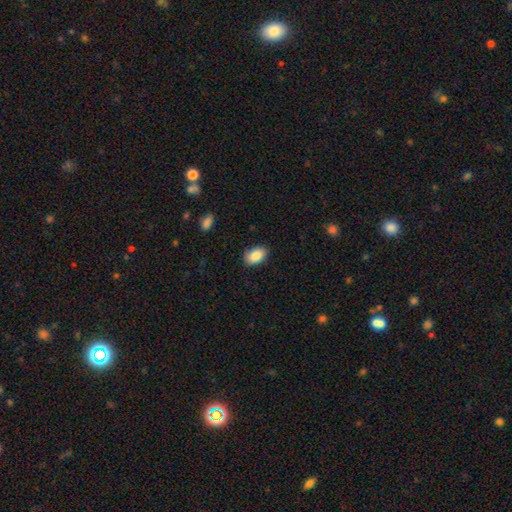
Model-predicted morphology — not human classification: Smooth or featured: smooth — 87% (star or artifact — 7%)
How rounded: in between — 89% (round — 9%)
Merging: none — 84% (minor disturbance — 12%)